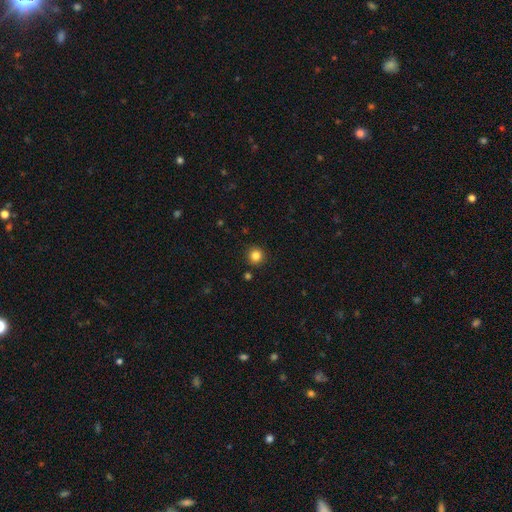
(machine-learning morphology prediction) Smooth or featured: smooth — 83% (star or artifact — 12%)
How rounded: round — 94% (in between — 5%)
Merging: none — 91% (minor disturbance — 6%)